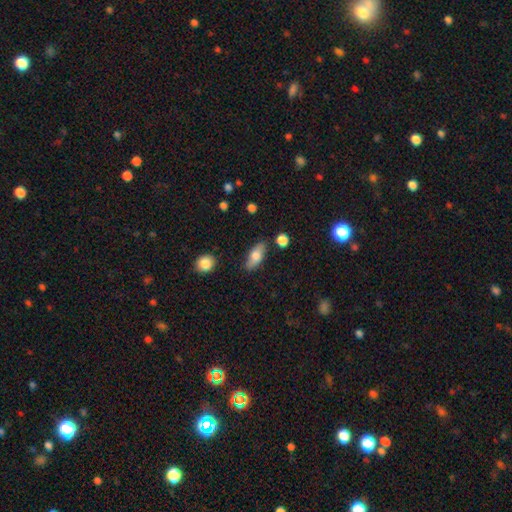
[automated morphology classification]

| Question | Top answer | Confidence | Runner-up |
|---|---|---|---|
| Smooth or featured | smooth | 71% | featured or disk (23%) |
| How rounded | in between | 78% | cigar-shaped (18%) |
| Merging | none | 82% | minor disturbance (12%) |